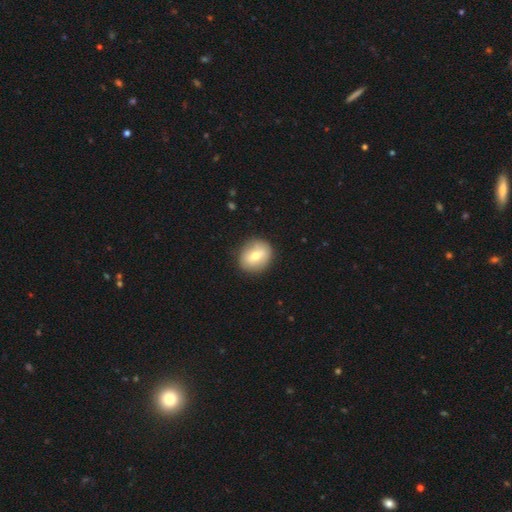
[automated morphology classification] Q: Smooth or featured?
A: smooth (65%); runner-up: featured or disk (27%)
Q: How rounded?
A: round (68%); runner-up: in between (31%)
Q: Merging?
A: none (85%); runner-up: minor disturbance (11%)